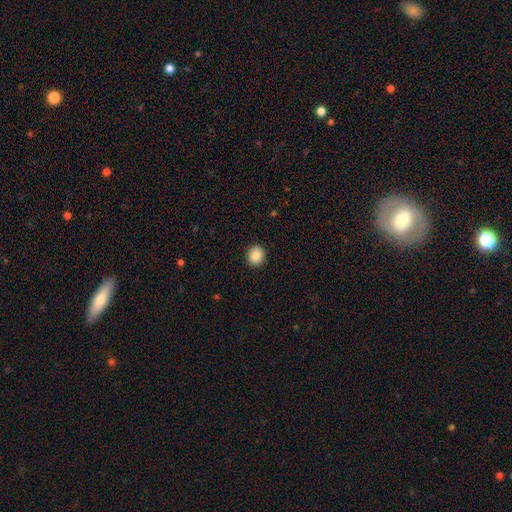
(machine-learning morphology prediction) smooth_or_featured: smooth (p=0.86) [alt: star or artifact p=0.09]
how_rounded: round (p=0.78) [alt: in between p=0.21]
merging: none (p=0.92) [alt: minor disturbance p=0.06]